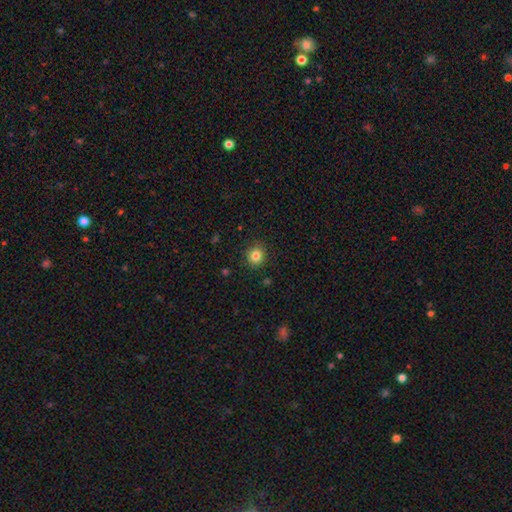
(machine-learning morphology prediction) Overall: smooth (83%). How rounded: round (83%). Merging: none (89%).